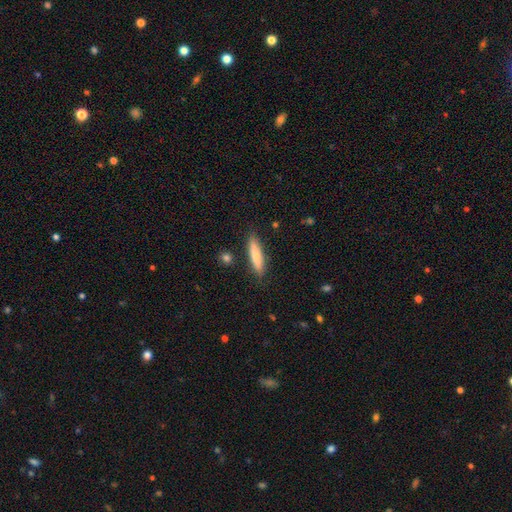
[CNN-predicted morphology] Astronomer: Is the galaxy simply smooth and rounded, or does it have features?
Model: smooth — 67%.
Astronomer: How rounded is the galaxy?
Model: cigar-shaped — 79%.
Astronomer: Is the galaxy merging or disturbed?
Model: none — 86%.